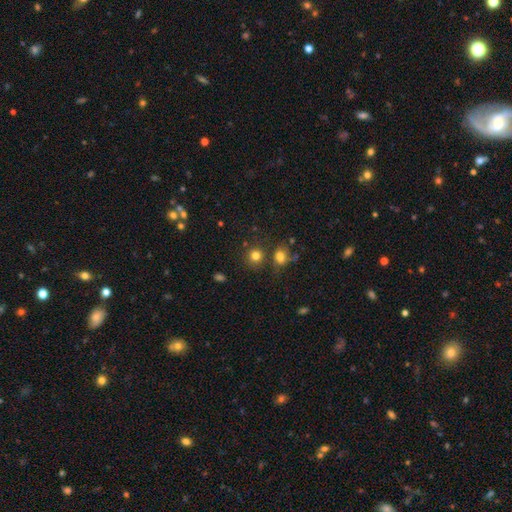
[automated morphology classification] A smooth galaxy with no disk features (78%) that is round (87%).

Vote fractions:
- Smooth or featured? smooth: 78% / star or artifact: 15% / featured or disk: 7%
- How rounded? round: 87% / in between: 12% / cigar-shaped: 1%
- Merging? none: 73% / merger: 14% / minor disturbance: 9% / major disturbance: 4%